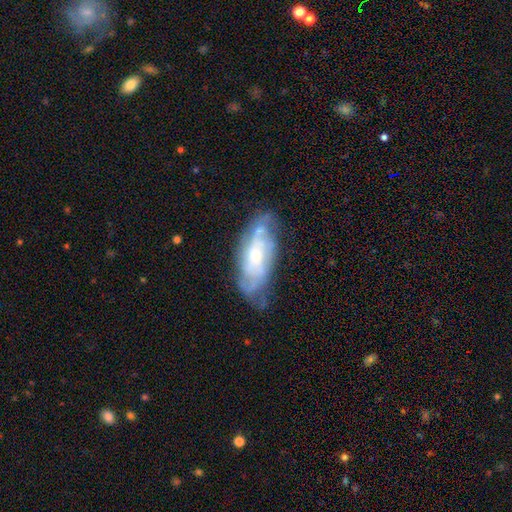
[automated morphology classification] smooth-or-featured: featured or disk: 73% | smooth: 20% | star or artifact: 6%
  disk-edge-on: no: 88% | yes: 12%
    bar: no: 68% | weak: 27% | strong: 6%
    has-spiral-arms: yes: 84% | no: 16%
      spiral-winding: tight: 53% | medium: 35% | loose: 12%
      spiral-arm-count: can't tell: 50% | 2: 22% | 3: 13% | 4: 8% | more than 4: 4% | 1: 4%
    bulge-size: small: 49% | moderate: 43% | large: 4% | none: 3% | dominant: 1%
  merging: none: 65% | minor disturbance: 24% | major disturbance: 9% | merger: 3%